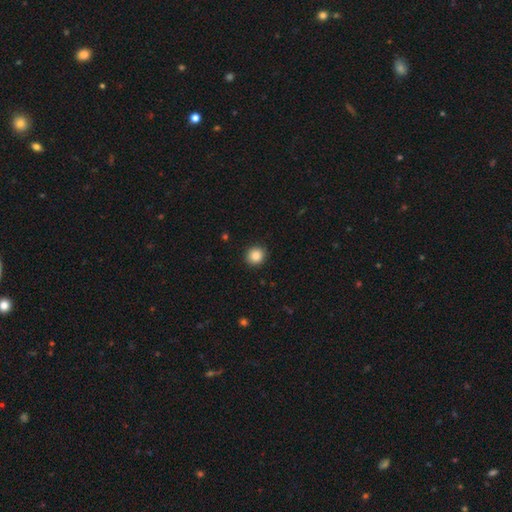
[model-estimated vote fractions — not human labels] This is clearly a smooth galaxy (87%). How rounded: clearly round (89%). Merging: clearly none (91%).